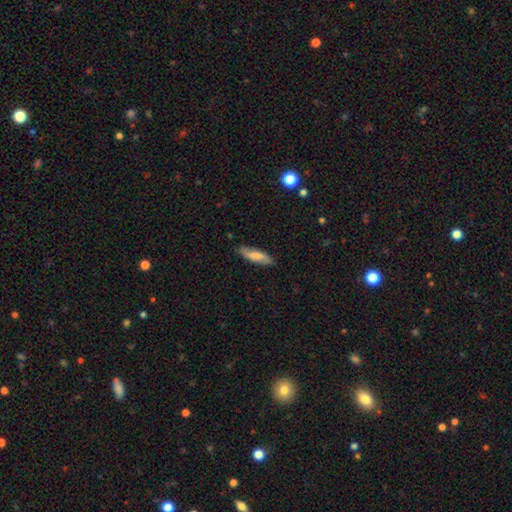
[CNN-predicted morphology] smooth-or-featured: smooth: 60% | featured or disk: 33% | star or artifact: 6%
  how-rounded: cigar-shaped: 63% | in between: 35% | round: 2%
  merging: none: 81% | minor disturbance: 15% | major disturbance: 3% | merger: 1%